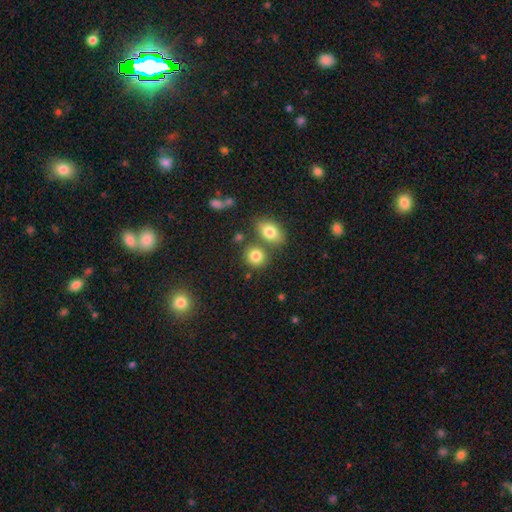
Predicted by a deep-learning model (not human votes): Smooth or featured: smooth — 82% (star or artifact — 10%)
How rounded: round — 71% (in between — 28%)
Merging: none — 67% (merger — 19%)